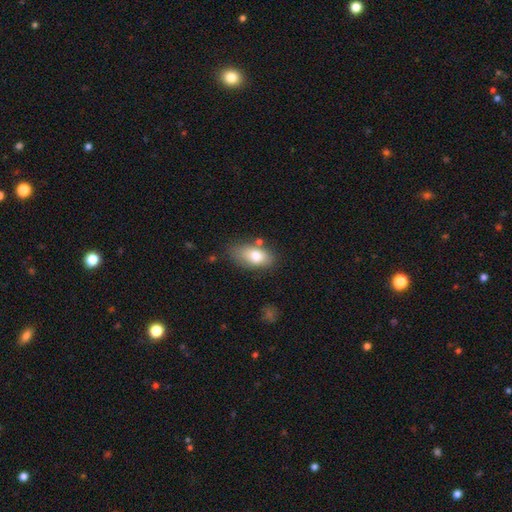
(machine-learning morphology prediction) Smooth or featured?
  - smooth: 78% *
  - featured or disk: 15%
  - star or artifact: 7%
How rounded?
  - in between: 91% *
  - round: 6%
  - cigar-shaped: 3%
Merging?
  - none: 66% *
  - minor disturbance: 22%
  - merger: 7%
  - major disturbance: 6%